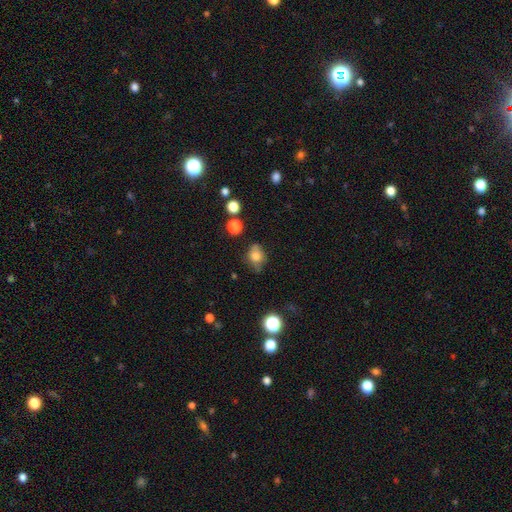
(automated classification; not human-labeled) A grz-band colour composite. It shows a smooth galaxy with no disk features (73%) that is in between round and cigar-shaped (58%). Merging: none (59%).